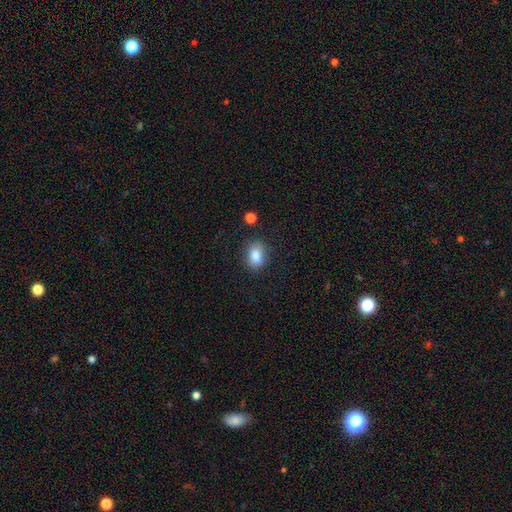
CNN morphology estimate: Q: Smooth or featured?
A: smooth (84%); runner-up: star or artifact (9%)
Q: How rounded?
A: in between (74%); runner-up: round (24%)
Q: Merging?
A: none (79%); runner-up: minor disturbance (14%)